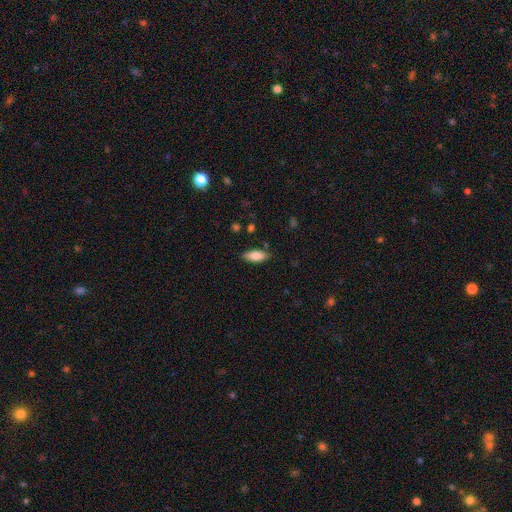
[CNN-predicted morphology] Smooth or featured: smooth — 80% (featured or disk — 13%)
How rounded: in between — 76% (cigar-shaped — 22%)
Merging: none — 84% (minor disturbance — 11%)